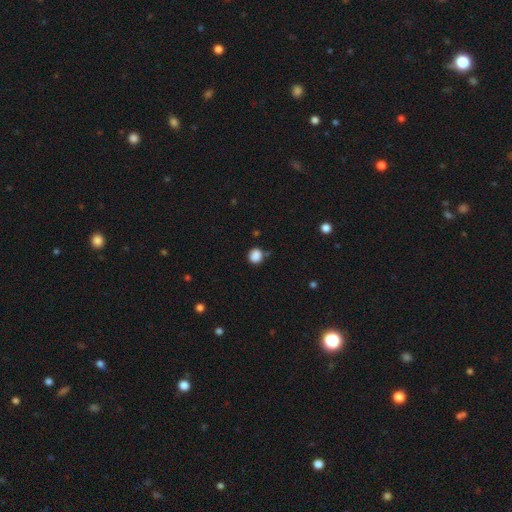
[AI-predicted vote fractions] Smooth or featured: smooth — 86% (star or artifact — 10%)
How rounded: round — 79% (in between — 20%)
Merging: none — 75% (minor disturbance — 16%)